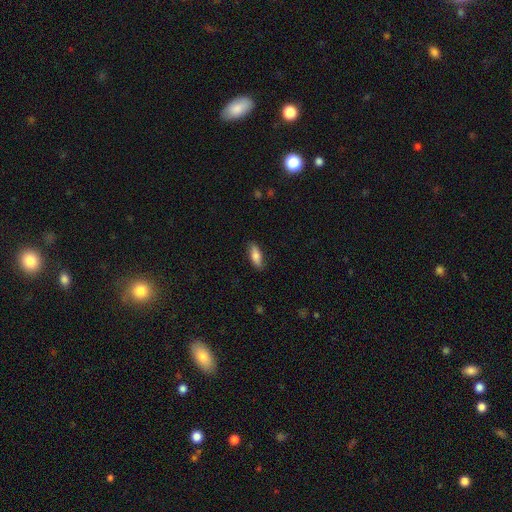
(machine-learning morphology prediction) The model was most divided on "how rounded": in between: 69%, cigar-shaped: 29%, round: 2%. More confident: merging — none (85%); smooth or featured — smooth (80%).